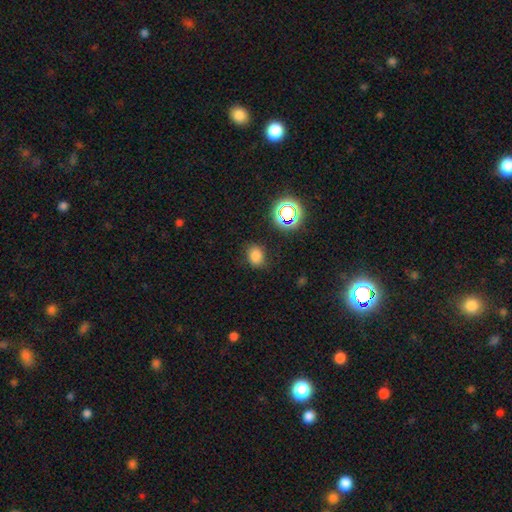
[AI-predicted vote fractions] smooth_or_featured: smooth (p=0.77) [alt: star or artifact p=0.17]
how_rounded: in between (p=0.56) [alt: round p=0.43]
merging: none (p=0.81) [alt: minor disturbance p=0.13]